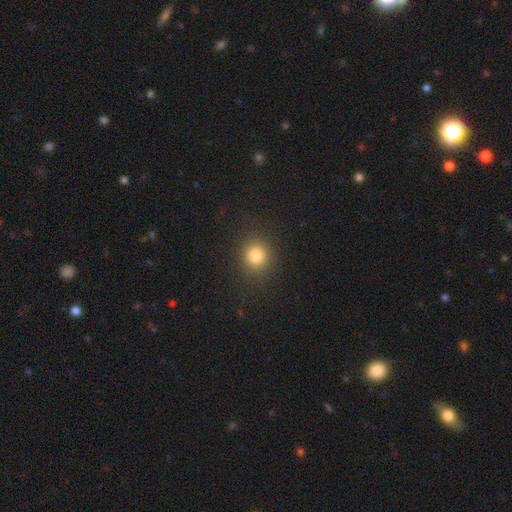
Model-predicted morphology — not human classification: smooth-or-featured: smooth: 81% | star or artifact: 13% | featured or disk: 6%
  how-rounded: round: 86% | in between: 13% | cigar-shaped: 1%
  merging: none: 89% | minor disturbance: 7% | major disturbance: 3% | merger: 1%